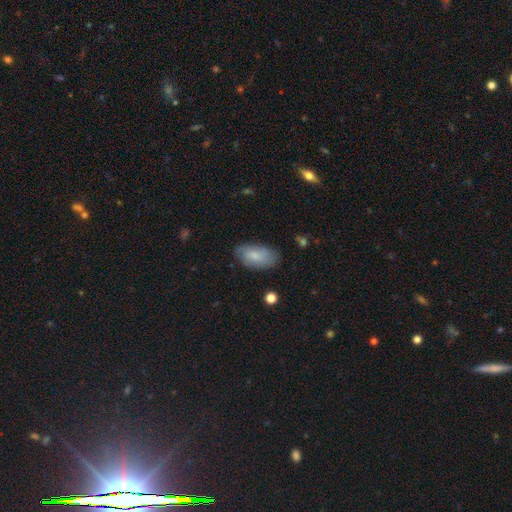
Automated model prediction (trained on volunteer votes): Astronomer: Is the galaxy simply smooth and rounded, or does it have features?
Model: smooth — 79%.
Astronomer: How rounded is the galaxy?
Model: in between — 94%.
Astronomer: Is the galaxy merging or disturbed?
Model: none — 79%.